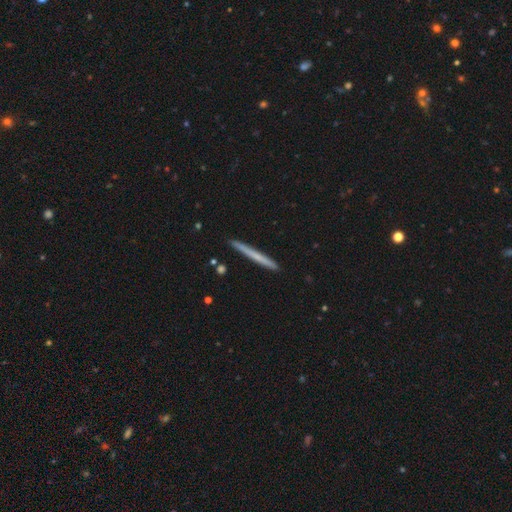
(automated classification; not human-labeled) This is possibly a smooth galaxy (54%). How rounded: clearly cigar-shaped (97%). Merging: clearly none (92%).